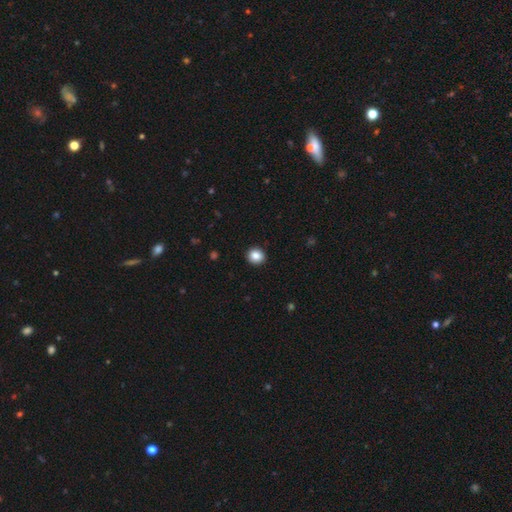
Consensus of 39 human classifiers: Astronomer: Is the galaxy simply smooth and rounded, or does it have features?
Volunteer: smooth — 90%.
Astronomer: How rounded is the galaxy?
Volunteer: round — 80%.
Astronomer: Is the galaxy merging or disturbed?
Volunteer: none — 97%.